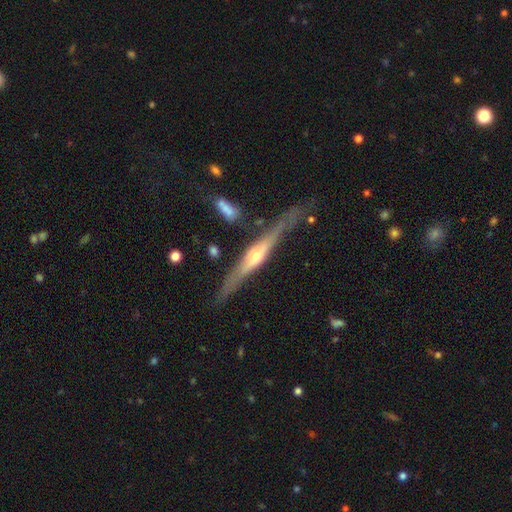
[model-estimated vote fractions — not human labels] Morphology: type=featured or disk (79%); edge-on=yes (96%); edge-on bulge=rounded (80%); merging=none (77%).